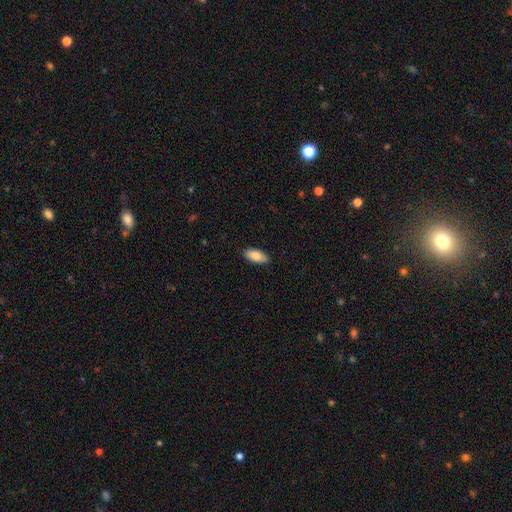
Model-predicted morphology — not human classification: This appears to be a smooth galaxy with no disk features (85%) that is in between round and cigar-shaped (91%). Merging: none (88%).